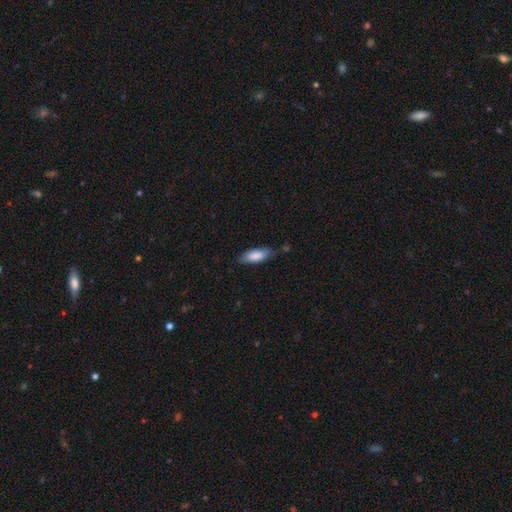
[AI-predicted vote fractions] Morphology: type=smooth (82%); roundness=in between (72%); merging=none (72%).